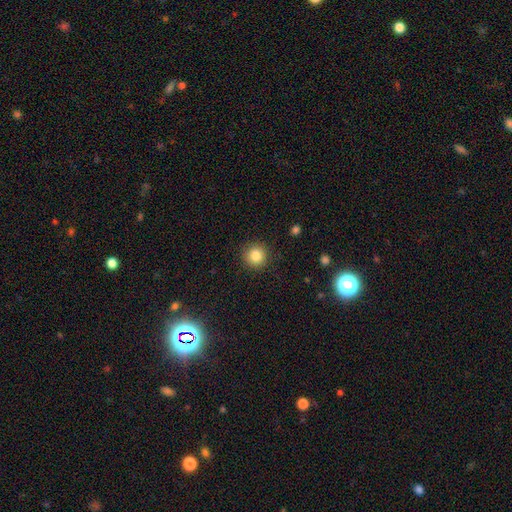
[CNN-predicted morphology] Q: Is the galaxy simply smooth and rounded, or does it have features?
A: smooth — 84%.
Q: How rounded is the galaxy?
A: round — 95%.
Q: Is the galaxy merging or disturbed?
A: none — 91%.